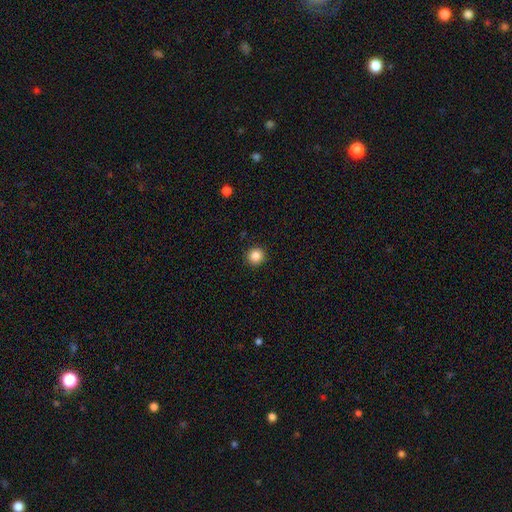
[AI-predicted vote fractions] A smooth galaxy with no disk features (86%) that is round (95%). Merging: none (93%).